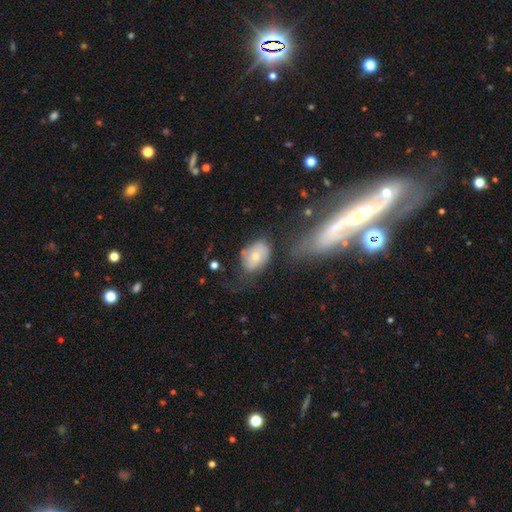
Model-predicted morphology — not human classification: smooth 59%, featured or disk 33%, star or artifact 8%. Down the decision tree: how rounded — in between (81%); merging — none (50%).